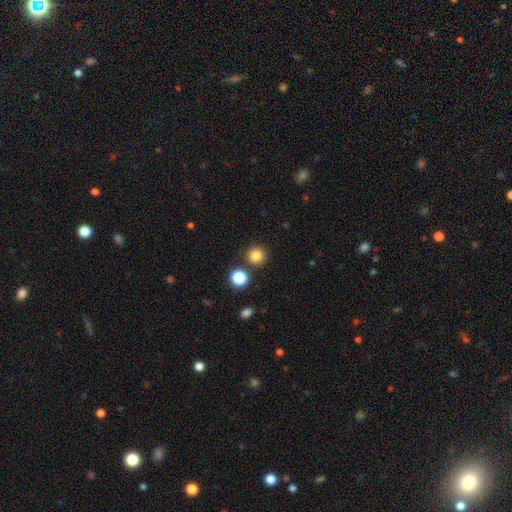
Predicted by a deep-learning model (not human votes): Smooth or featured? Predicted: smooth (p=0.83). How rounded? Predicted: round (p=0.94). Merging? Predicted: none (p=0.85).